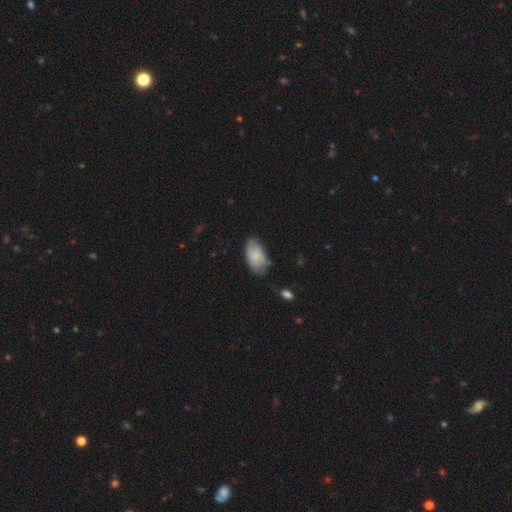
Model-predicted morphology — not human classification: This is likely a smooth galaxy (73%). How rounded: clearly in between (94%). Merging: likely none (64%).